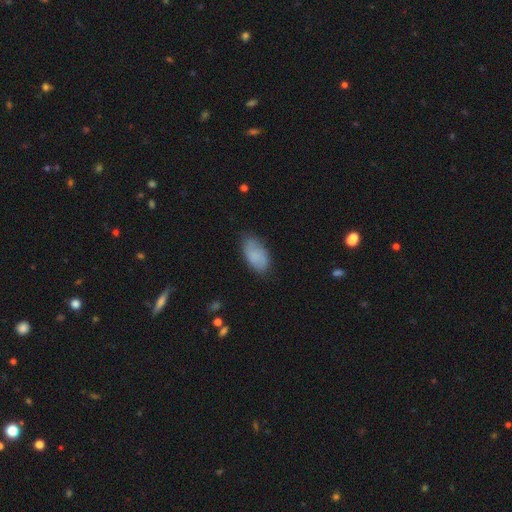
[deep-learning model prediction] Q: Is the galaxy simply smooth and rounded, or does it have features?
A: smooth — 76%.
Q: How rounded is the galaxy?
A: in between — 94%.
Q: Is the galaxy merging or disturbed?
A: none — 72%.